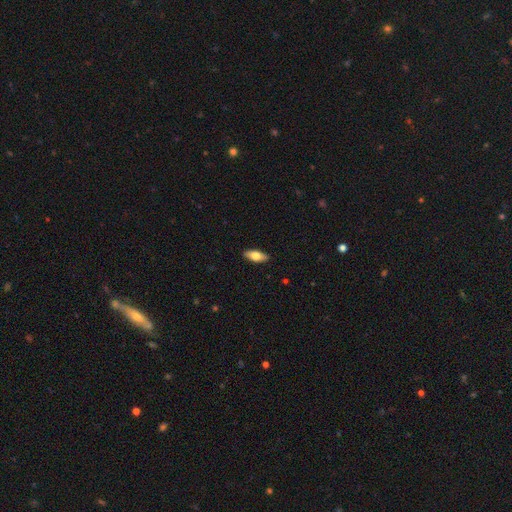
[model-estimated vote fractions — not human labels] Smooth or featured: smooth — 72% (featured or disk — 22%)
How rounded: in between — 79% (cigar-shaped — 19%)
Merging: none — 90% (minor disturbance — 8%)